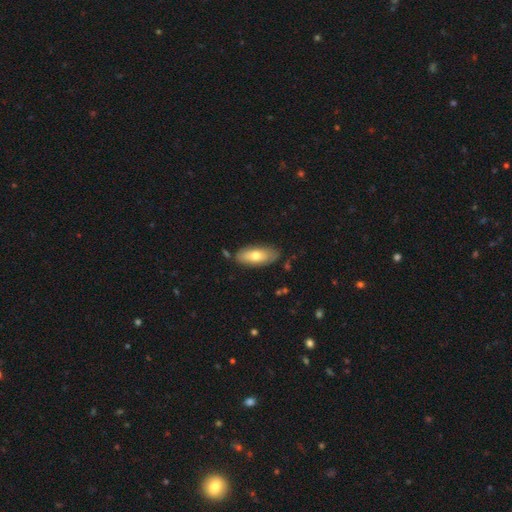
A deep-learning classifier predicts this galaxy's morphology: Smooth or featured? smooth (65%)
How rounded? in between (84%)
Merging? none (79%)